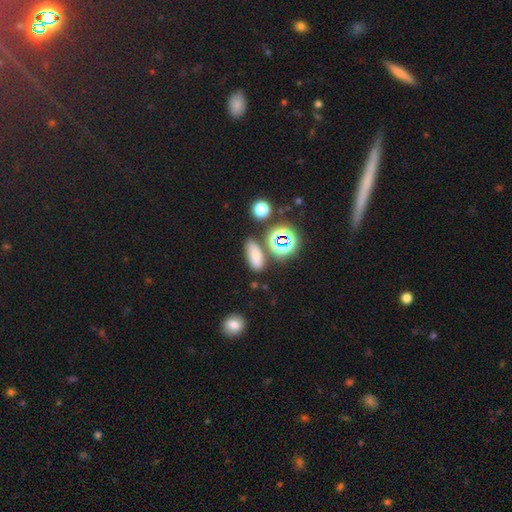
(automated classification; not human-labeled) Q: Smooth or featured?
A: smooth (69%); runner-up: star or artifact (22%)
Q: How rounded?
A: in between (75%); runner-up: round (14%)
Q: Merging?
A: none (72%); runner-up: minor disturbance (13%)